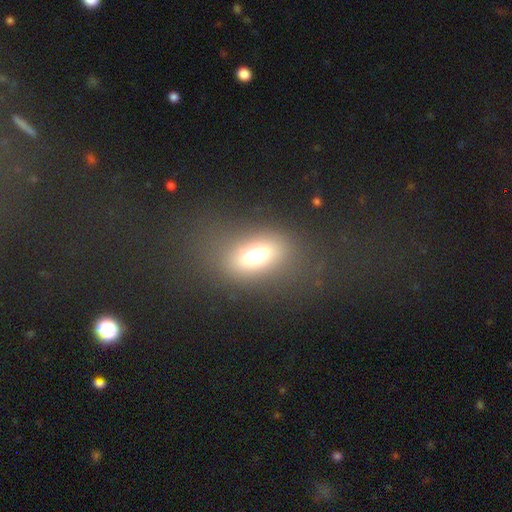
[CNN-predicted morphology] Smooth or featured? smooth (68%)
How rounded? in between (73%)
Merging? none (77%)